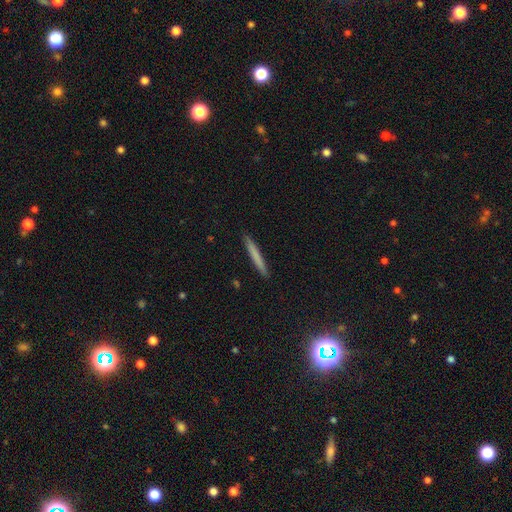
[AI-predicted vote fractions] Smooth or featured?
  - smooth: 72% *
  - featured or disk: 22%
  - star or artifact: 6%
How rounded?
  - cigar-shaped: 97% *
  - in between: 2%
  - round: 1%
Merging?
  - none: 91% *
  - minor disturbance: 6%
  - major disturbance: 1%
  - merger: 1%